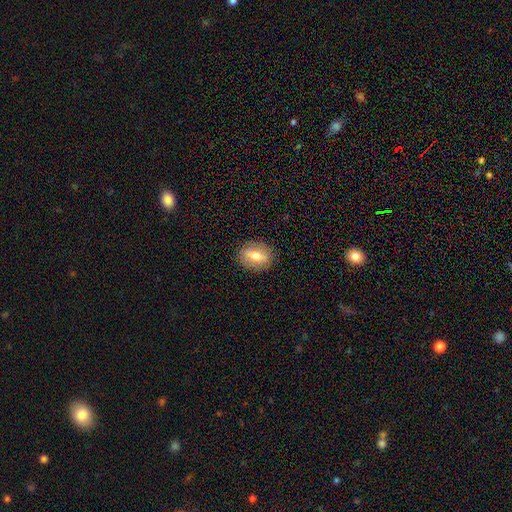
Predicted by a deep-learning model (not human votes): Q: Smooth or featured?
A: smooth (56%); runner-up: featured or disk (36%)
Q: How rounded?
A: round (51%); runner-up: in between (47%)
Q: Merging?
A: none (87%); runner-up: minor disturbance (9%)